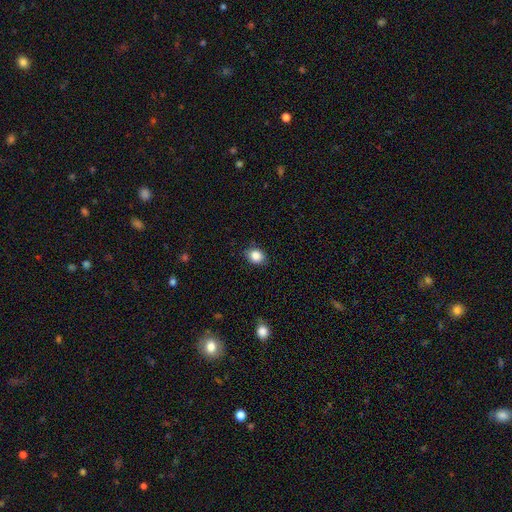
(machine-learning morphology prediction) smooth-or-featured: smooth: 86% | star or artifact: 9% | featured or disk: 5%
  how-rounded: in between: 53% | round: 46% | cigar-shaped: 1%
  merging: none: 83% | minor disturbance: 13% | major disturbance: 3% | merger: 1%